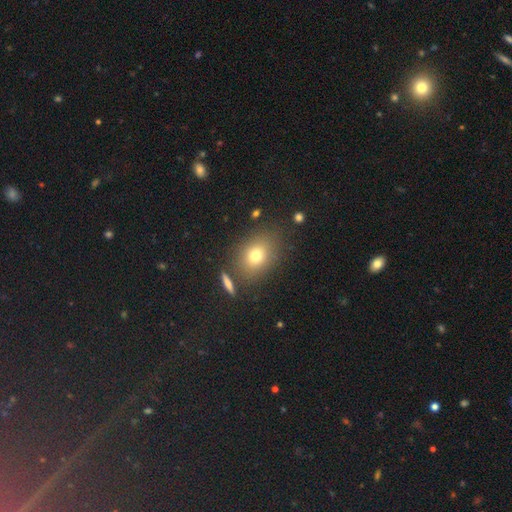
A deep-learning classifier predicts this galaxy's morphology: A smooth galaxy with no disk features (73%) that is round (49%, tied with in between).

Vote fractions:
- Smooth or featured? smooth: 73% / star or artifact: 14% / featured or disk: 13%
- How rounded? round: 49% (tied) / in between: 49% (tied) / cigar-shaped: 2%
- Merging? none: 79% / minor disturbance: 10% / merger: 5% / major disturbance: 5%